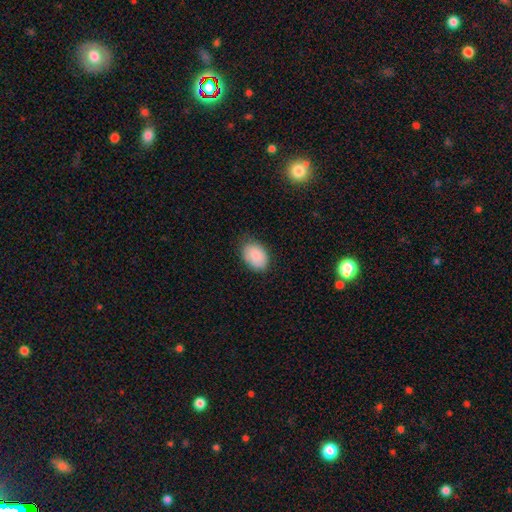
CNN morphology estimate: Smooth or featured? smooth (87%)
How rounded? in between (81%)
Merging? none (75%)